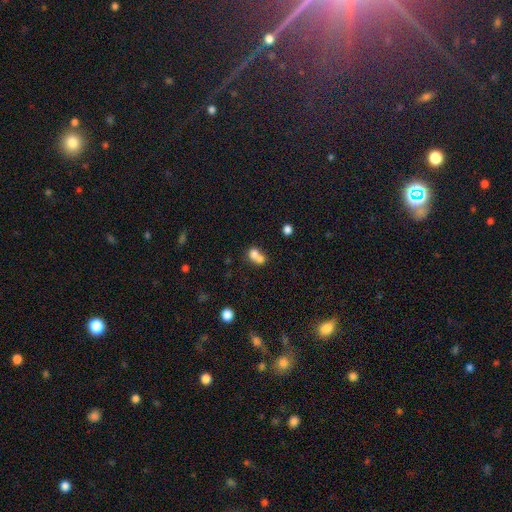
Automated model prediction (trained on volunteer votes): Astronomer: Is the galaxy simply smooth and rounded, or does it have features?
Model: smooth — 73%.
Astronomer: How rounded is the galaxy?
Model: round — 61% (runner-up: in between, 38%).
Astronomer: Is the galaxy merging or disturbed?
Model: merger — 69%.